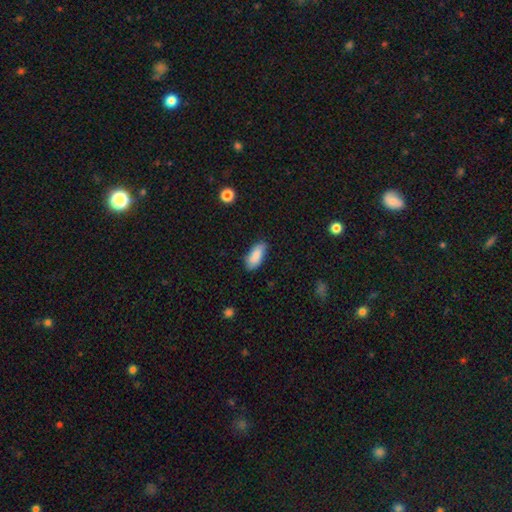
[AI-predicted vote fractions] The model was most divided on "merging": none: 75%, minor disturbance: 20%, major disturbance: 3%, merger: 1%. More confident: how rounded — in between (87%); smooth or featured — smooth (84%).